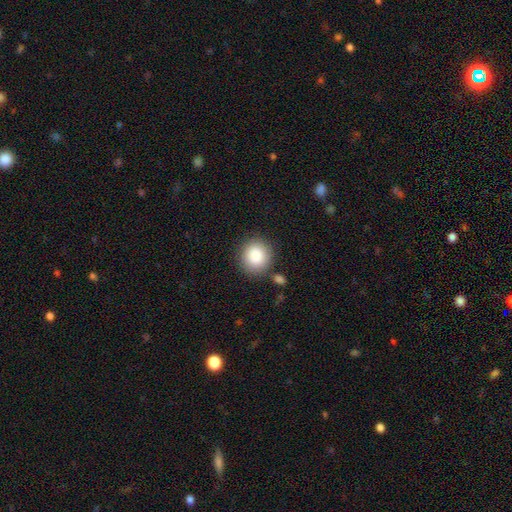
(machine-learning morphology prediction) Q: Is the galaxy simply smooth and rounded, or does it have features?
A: smooth — 87%.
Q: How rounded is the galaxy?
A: round — 82%.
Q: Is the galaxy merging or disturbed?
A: none — 81%.